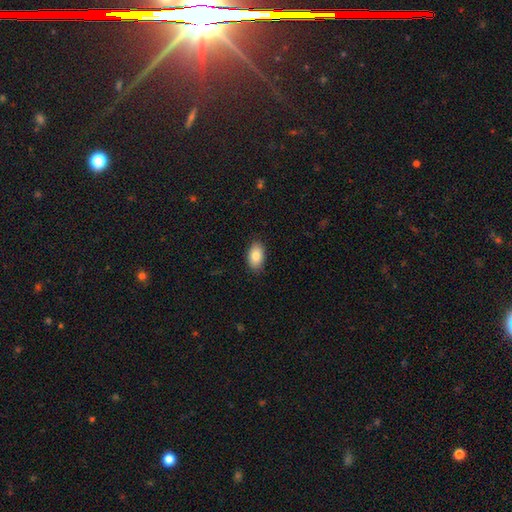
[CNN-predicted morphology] Q: Smooth or featured?
A: smooth (85%); runner-up: featured or disk (8%)
Q: How rounded?
A: in between (93%); runner-up: round (5%)
Q: Merging?
A: none (87%); runner-up: minor disturbance (10%)